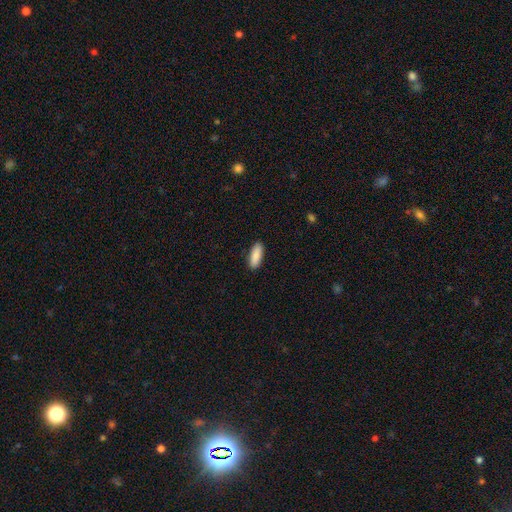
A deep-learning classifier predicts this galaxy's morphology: A smooth galaxy with no disk features (89%) that is in between round and cigar-shaped (66%). Merging: none (90%).